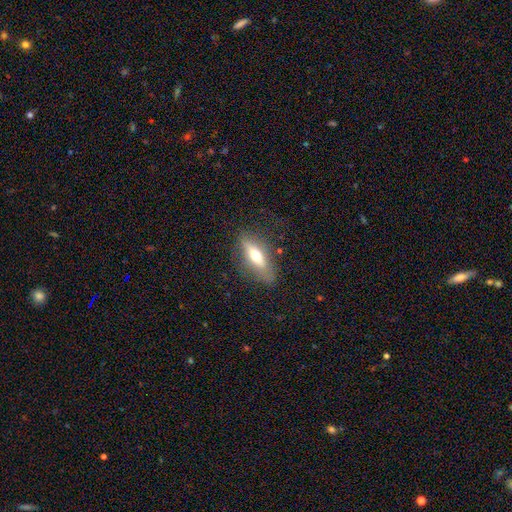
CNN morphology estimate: Smooth or featured?
  - smooth: 52% *
  - featured or disk: 41%
  - star or artifact: 7%
How rounded?
  - in between: 50% *
  - cigar-shaped: 46%
  - round: 3%
Merging?
  - none: 76% *
  - minor disturbance: 16%
  - major disturbance: 6%
  - merger: 2%